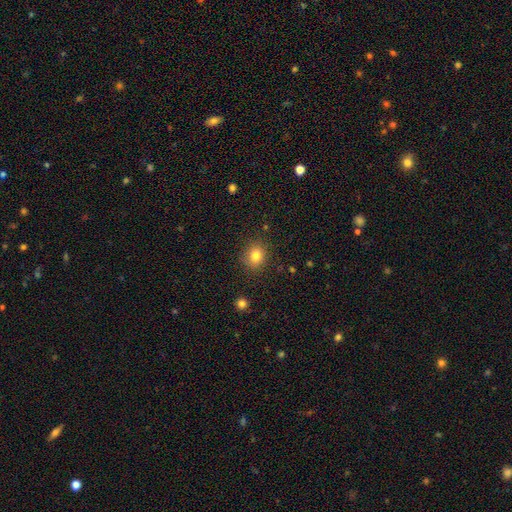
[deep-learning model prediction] The model was most divided on "how rounded": round: 62%, in between: 37%, cigar-shaped: 1%. More confident: merging — none (85%); smooth or featured — smooth (82%).